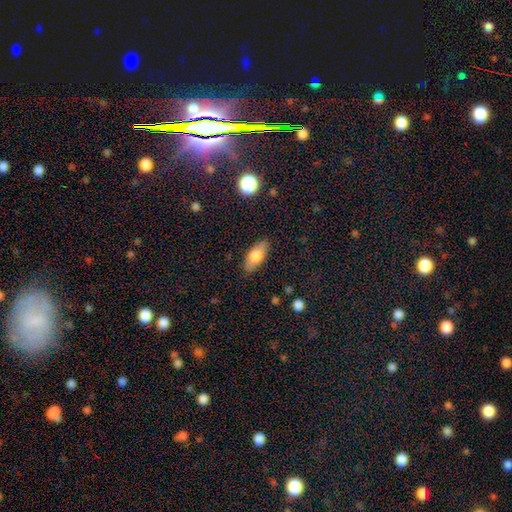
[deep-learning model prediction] smooth-or-featured: smooth: 74% | featured or disk: 19% | star or artifact: 7%
  how-rounded: in between: 84% | cigar-shaped: 13% | round: 3%
  merging: none: 85% | minor disturbance: 11% | major disturbance: 3% | merger: 1%